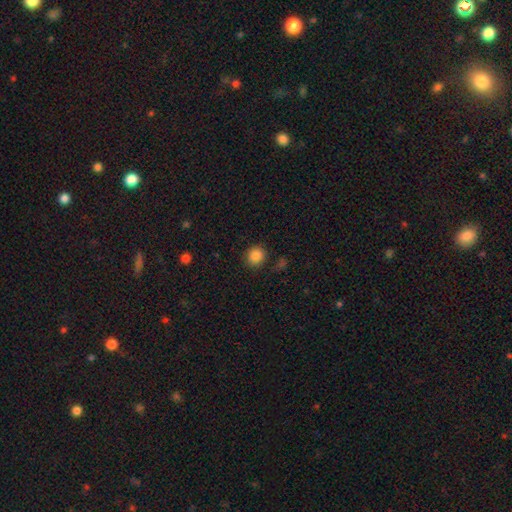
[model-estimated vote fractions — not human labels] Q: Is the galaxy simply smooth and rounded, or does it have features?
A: smooth — 86%.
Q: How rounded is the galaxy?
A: round — 82%.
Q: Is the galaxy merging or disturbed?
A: none — 86%.